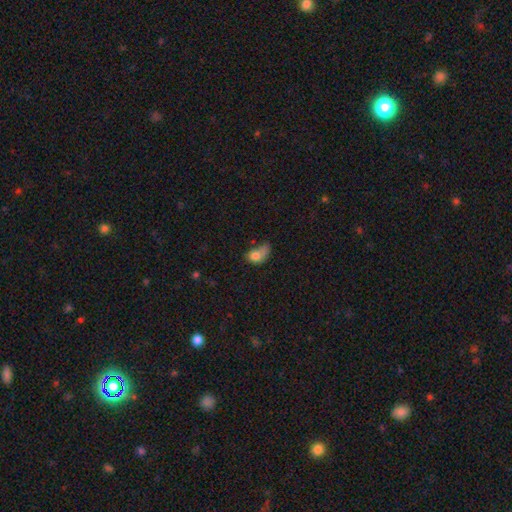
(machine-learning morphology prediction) smooth 74%, featured or disk 16%, star or artifact 10%. Down the decision tree: how rounded — in between (66%); merging — major disturbance (34%).